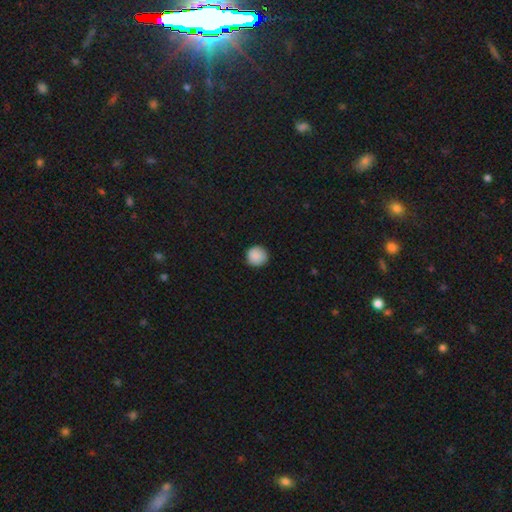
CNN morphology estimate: A smooth galaxy with no disk features (89%) that is round (95%).

Vote fractions:
- Smooth or featured? smooth: 89% / star or artifact: 8% / featured or disk: 3%
- How rounded? round: 95% / in between: 4% / cigar-shaped: 1%
- Merging? none: 91% / minor disturbance: 7% / major disturbance: 2% / merger: 1%